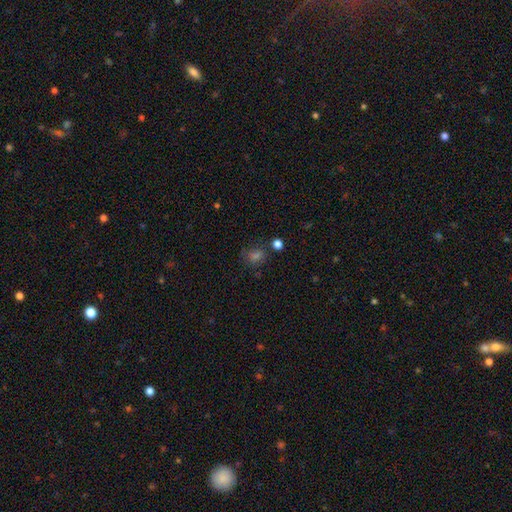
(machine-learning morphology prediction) Smooth or featured: smooth — 56% (star or artifact — 33%)
How rounded: round — 60% (in between — 39%)
Merging: none — 71% (minor disturbance — 16%)